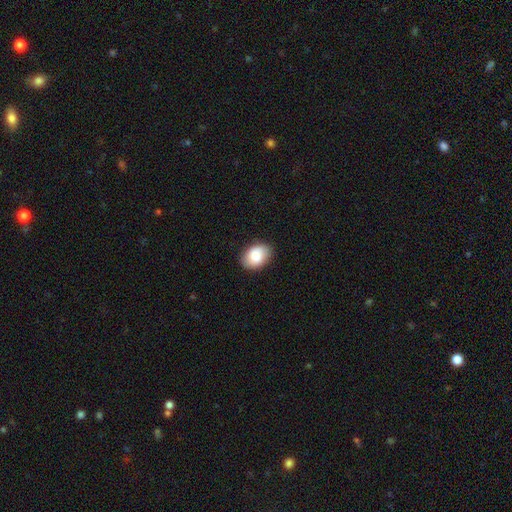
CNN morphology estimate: A smooth galaxy with no disk features (82%) that is in between round and cigar-shaped (81%).

Vote fractions:
- Smooth or featured? smooth: 82% / featured or disk: 11% / star or artifact: 7%
- How rounded? in between: 81% / round: 18% / cigar-shaped: 1%
- Merging? none: 85% / minor disturbance: 11% / major disturbance: 2% / merger: 1%